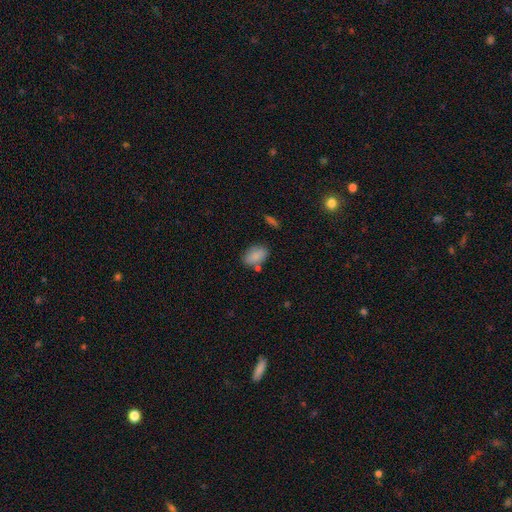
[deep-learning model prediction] A smooth galaxy with no disk features (85%) that is in between round and cigar-shaped (88%).

Vote fractions:
- Smooth or featured? smooth: 85% / featured or disk: 8% / star or artifact: 8%
- How rounded? in between: 88% / round: 10% / cigar-shaped: 2%
- Merging? none: 71% / minor disturbance: 17% / merger: 8% / major disturbance: 4%